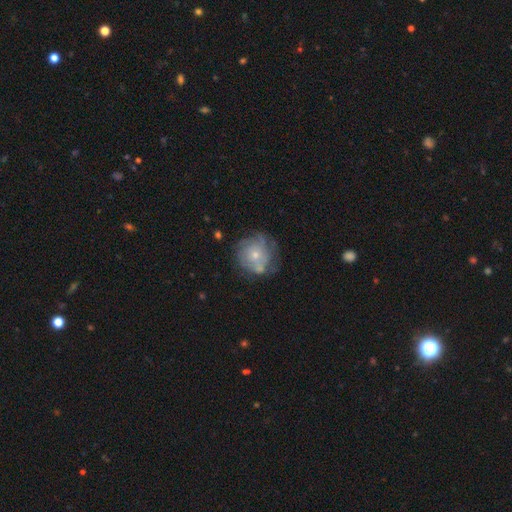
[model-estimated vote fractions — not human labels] This appears to be a featured or disk galaxy (59%) with no bar (86%), spiral arms (65%) and a small central bulge (62%). Merging: none (62%).